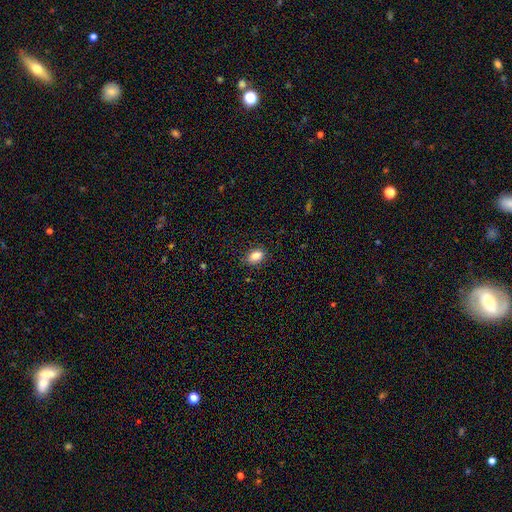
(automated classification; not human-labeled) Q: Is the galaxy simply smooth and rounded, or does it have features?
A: smooth — 84%.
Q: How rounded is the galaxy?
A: in between — 82%.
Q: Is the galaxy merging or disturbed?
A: none — 86%.